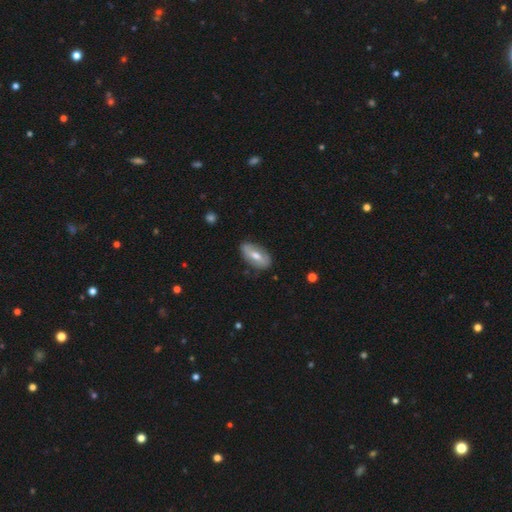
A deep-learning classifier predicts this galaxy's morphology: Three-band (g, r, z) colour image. It shows a smooth galaxy with no disk features (47%, tied with featured or disk). Merging: none (79%).